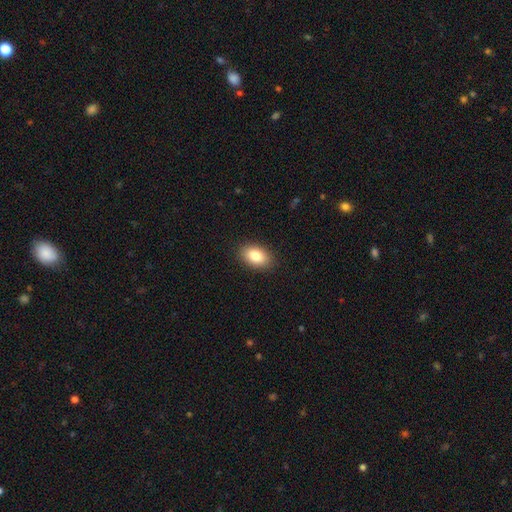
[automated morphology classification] type=smooth (83%); roundness=in between (89%); merging=none (89%).